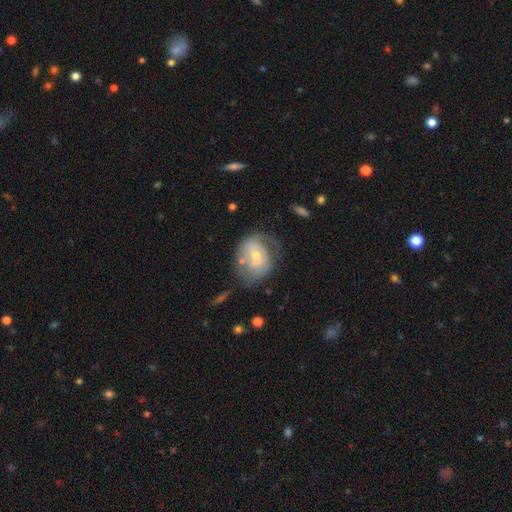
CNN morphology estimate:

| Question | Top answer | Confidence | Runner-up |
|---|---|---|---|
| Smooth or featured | featured or disk | 58% | smooth (35%) |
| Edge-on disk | no | 96% | yes (4%) |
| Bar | no | 61% | weak (31%) |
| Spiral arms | yes | 64% | no (36%) |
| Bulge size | small | 48% | moderate (47%) |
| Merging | none | 39% | minor disturbance (27%) |